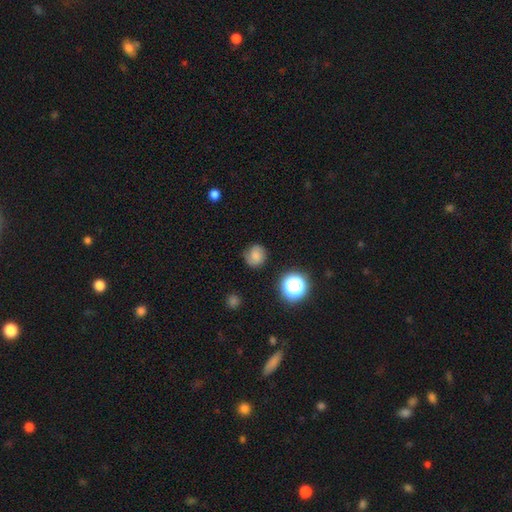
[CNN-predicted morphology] smooth_or_featured: smooth (p=0.65) [alt: featured or disk p=0.20]
how_rounded: round (p=0.85) [alt: in between p=0.14]
merging: none (p=0.74) [alt: minor disturbance p=0.18]